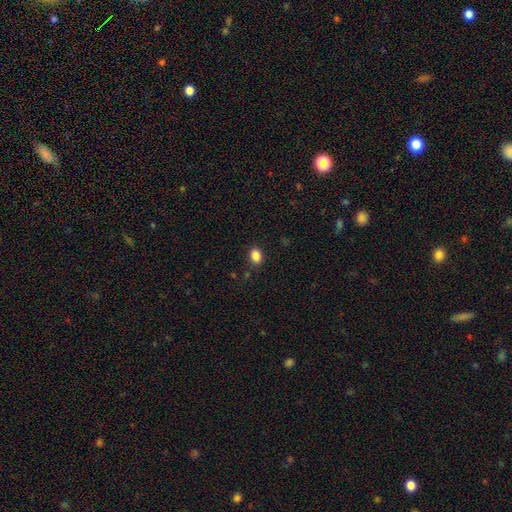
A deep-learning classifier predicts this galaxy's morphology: This is clearly a smooth galaxy (86%). How rounded: likely in between (69%). Merging: clearly none (85%).